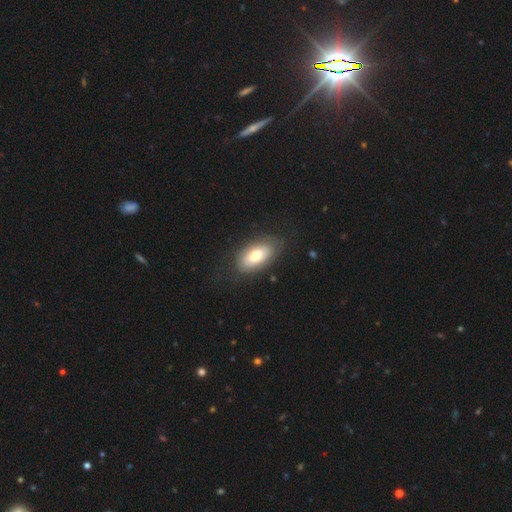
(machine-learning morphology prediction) smooth_or_featured: smooth (p=0.65) [alt: featured or disk p=0.29]
how_rounded: in between (p=0.93) [alt: round p=0.04]
merging: none (p=0.76) [alt: minor disturbance p=0.16]